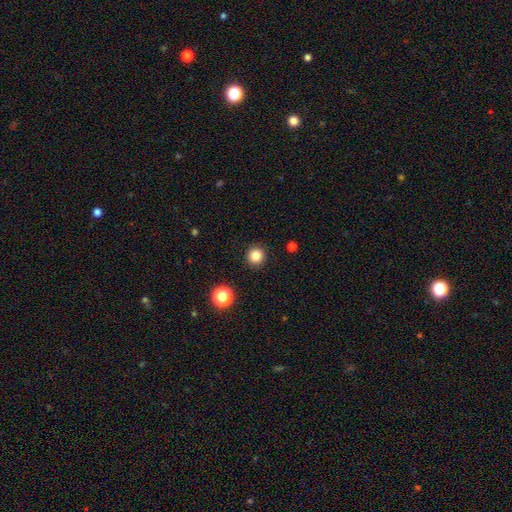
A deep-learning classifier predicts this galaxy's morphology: This appears to be a smooth galaxy with no disk features (83%) that is round (94%). Merging: none (92%).